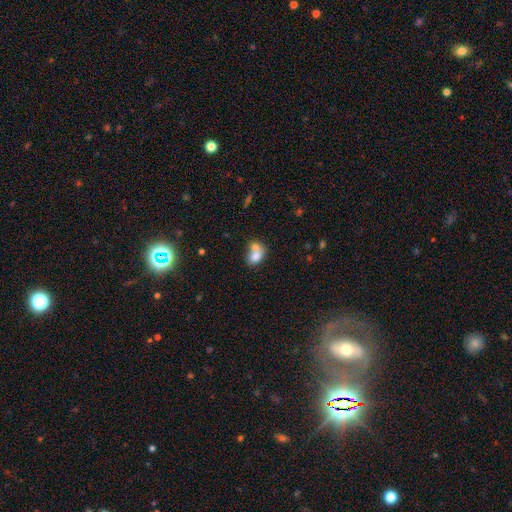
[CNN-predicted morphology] Overall: smooth (74%). How rounded: in between (68%; round 30%). Merging: merger (64%).